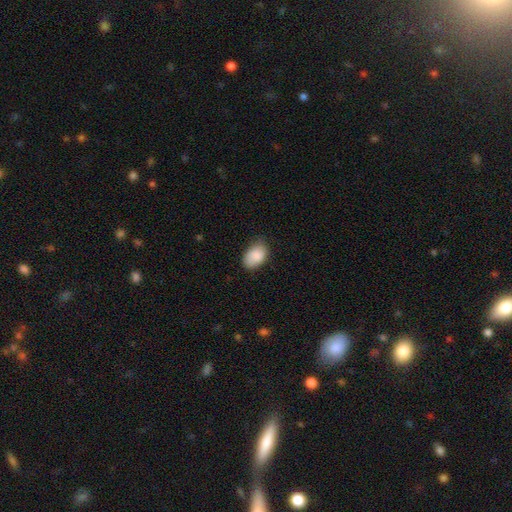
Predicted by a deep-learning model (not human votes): This is clearly a smooth galaxy (87%). How rounded: clearly in between (89%). Merging: likely none (70%).